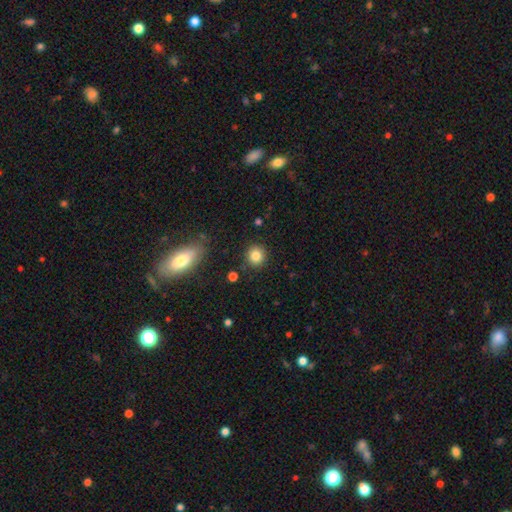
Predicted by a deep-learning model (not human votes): Smooth or featured? smooth (84%)
How rounded? round (89%)
Merging? none (87%)